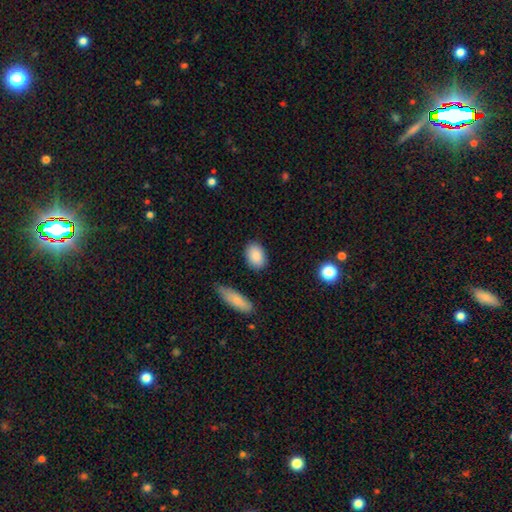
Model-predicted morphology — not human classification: This appears to be a smooth galaxy with no disk features (88%) that is in between round and cigar-shaped (82%). Merging: none (83%).